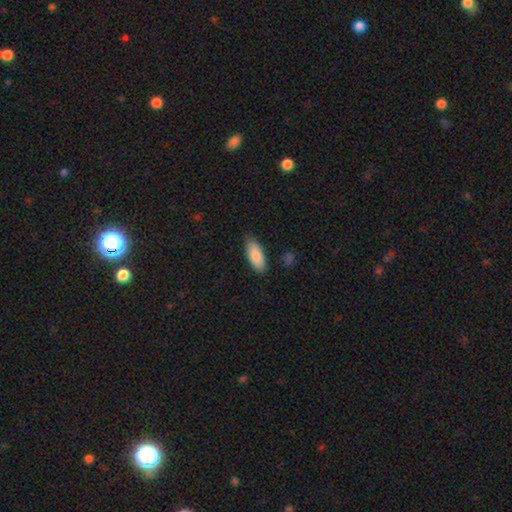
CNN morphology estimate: Smooth or featured: smooth — 87% (featured or disk — 7%)
How rounded: in between — 81% (cigar-shaped — 18%)
Merging: none — 84% (minor disturbance — 12%)